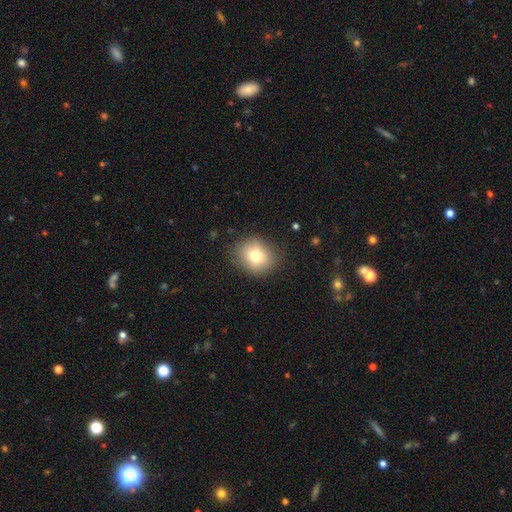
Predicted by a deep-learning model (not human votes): smooth_or_featured: smooth (p=0.76) [alt: featured or disk p=0.13]
how_rounded: round (p=0.72) [alt: in between p=0.27]
merging: none (p=0.84) [alt: minor disturbance p=0.11]